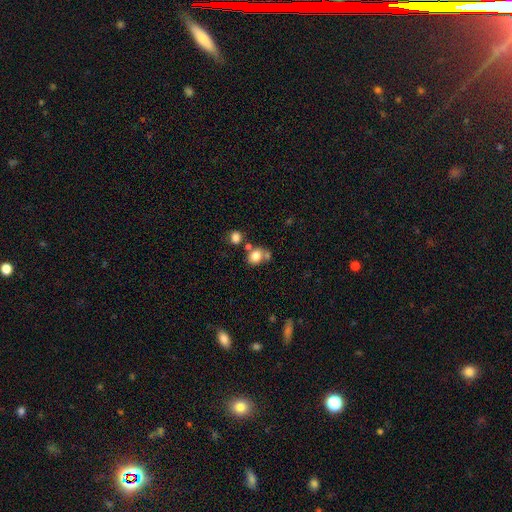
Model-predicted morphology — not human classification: Smooth or featured? smooth (80%)
How rounded? round (59%)
Merging? none (52%)